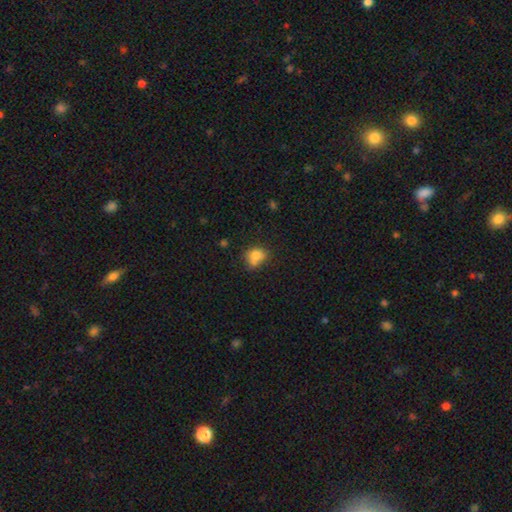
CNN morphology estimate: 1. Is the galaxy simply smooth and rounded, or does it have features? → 77% smooth, 12% featured or disk, 11% star or artifact.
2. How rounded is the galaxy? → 55% round, 44% in between, 1% cigar-shaped.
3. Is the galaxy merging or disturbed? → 46% none, 24% merger, 22% minor disturbance, 7% major disturbance.